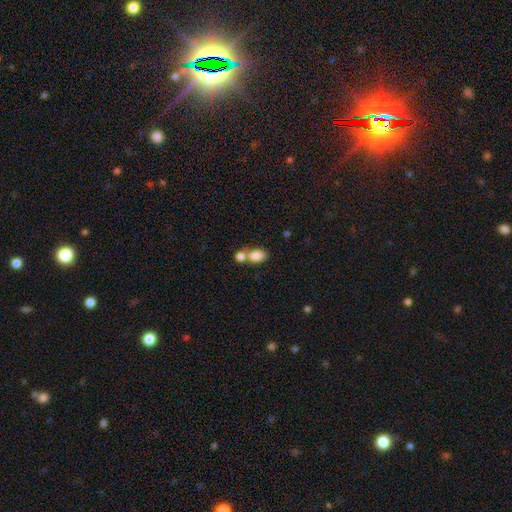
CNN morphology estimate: type=smooth (83%); roundness=in between (85%); merging=merger (50%).